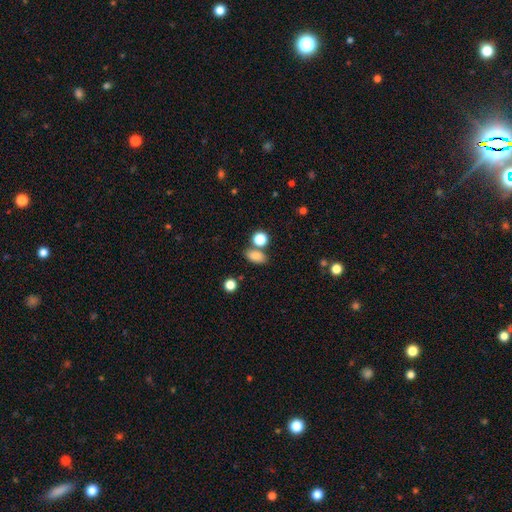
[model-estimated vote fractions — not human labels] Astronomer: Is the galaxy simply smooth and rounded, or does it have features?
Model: smooth — 82%.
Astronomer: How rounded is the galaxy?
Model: in between — 82%.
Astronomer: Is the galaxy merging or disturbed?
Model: none — 67%.